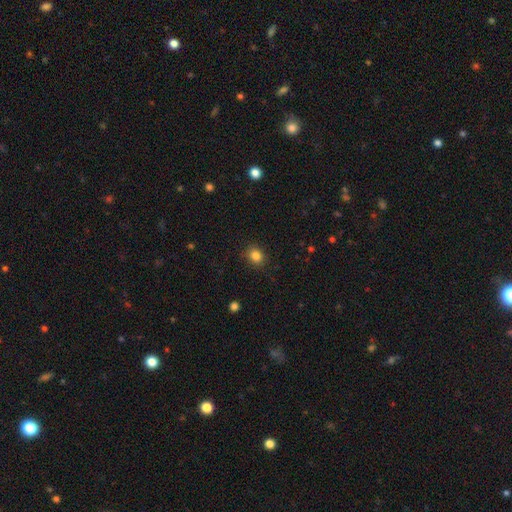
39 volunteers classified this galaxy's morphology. A smooth galaxy with no disk features (97%) that is round (58%). Merging: none (95%).